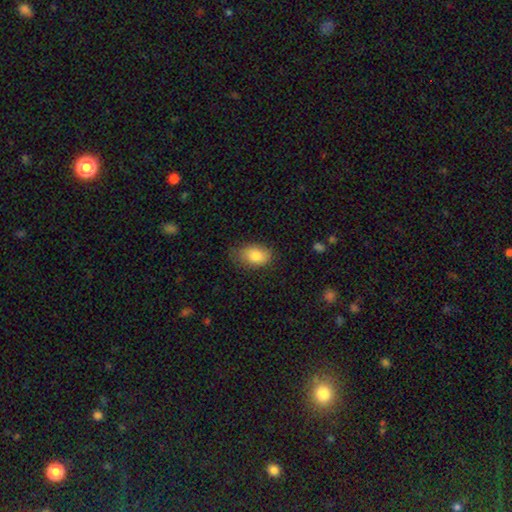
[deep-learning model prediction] A smooth galaxy with no disk features (83%) that is in between round and cigar-shaped (89%).

Vote fractions:
- Smooth or featured? smooth: 83% / featured or disk: 9% / star or artifact: 7%
- How rounded? in between: 89% / round: 10% / cigar-shaped: 1%
- Merging? none: 69% / minor disturbance: 24% / major disturbance: 6% / merger: 1%